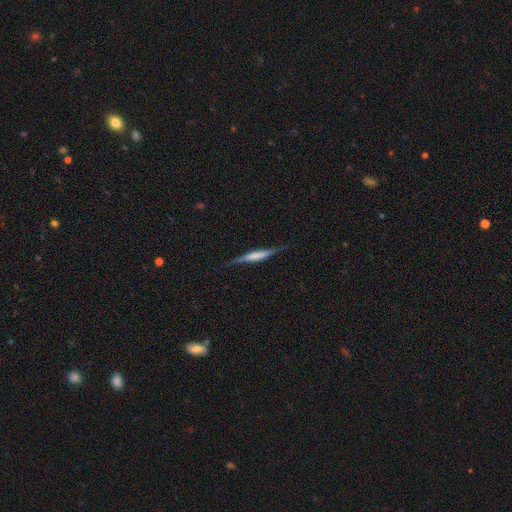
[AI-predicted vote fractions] The model was most divided on "edge-on bulge": boxy: 47%, rounded: 27%, none: 26%. More confident: edge-on disk — yes (95%); merging — none (81%); smooth or featured — featured or disk (65%).